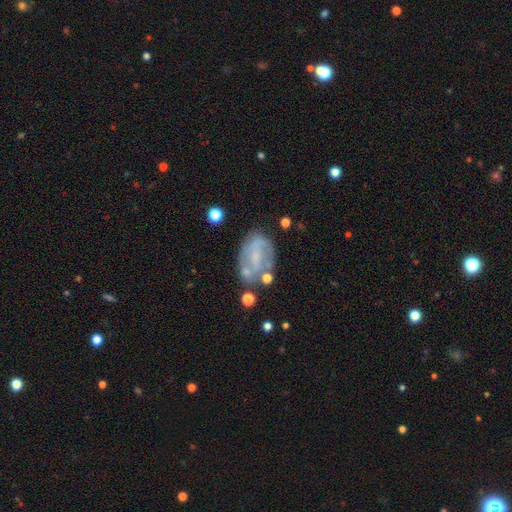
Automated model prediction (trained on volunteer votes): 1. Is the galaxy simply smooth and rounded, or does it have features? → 63% featured or disk, 28% smooth, 10% star or artifact.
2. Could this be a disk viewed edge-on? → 96% no, 4% yes.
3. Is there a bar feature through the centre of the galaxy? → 42% no, 38% weak, 20% strong.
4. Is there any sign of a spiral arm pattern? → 64% yes, 36% no.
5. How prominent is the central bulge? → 51% small, 35% none, 12% moderate, 1% large, 1% dominant.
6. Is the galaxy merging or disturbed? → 55% none, 23% minor disturbance, 13% major disturbance, 9% merger.